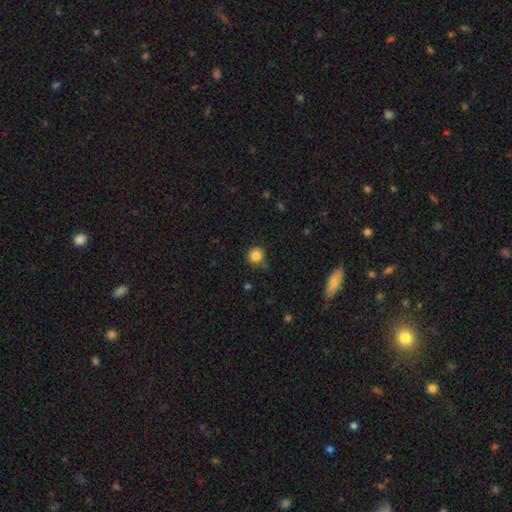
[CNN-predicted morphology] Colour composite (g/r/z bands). It shows a smooth galaxy with no disk features (84%) that is round (90%). Merging: none (76%).